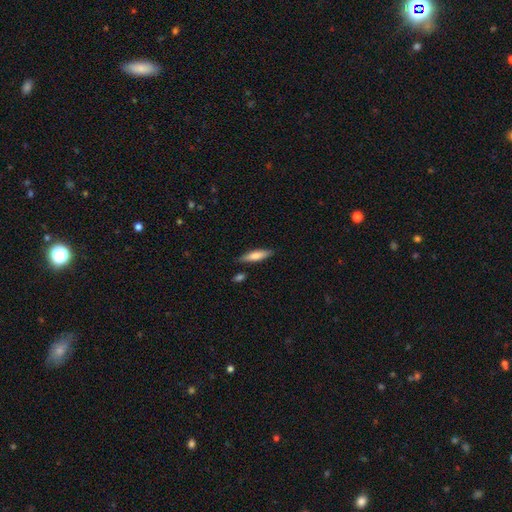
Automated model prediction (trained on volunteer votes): This appears to be a smooth galaxy with no disk features (73%) that is cigar-shaped (70%). Merging: none (83%).